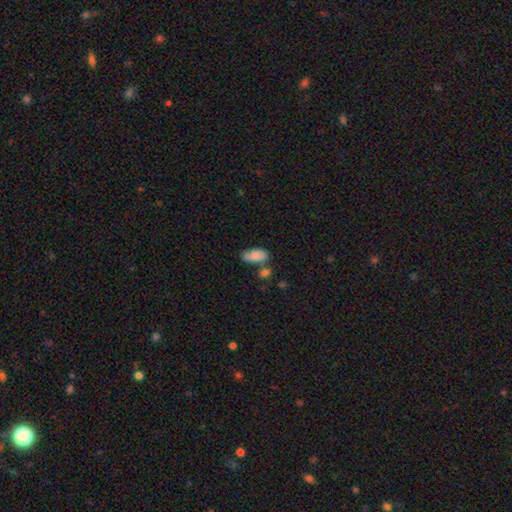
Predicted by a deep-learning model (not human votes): A smooth galaxy with no disk features (84%) that is in between round and cigar-shaped (90%). Merging: none (50%).